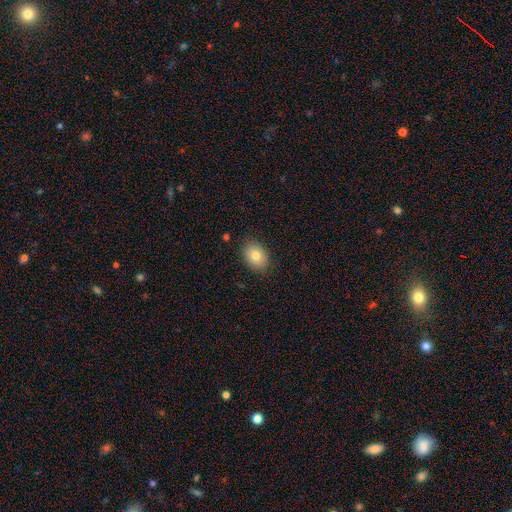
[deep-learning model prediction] This appears to be a smooth galaxy with no disk features (80%) that is in between round and cigar-shaped (68%). Merging: none (86%).